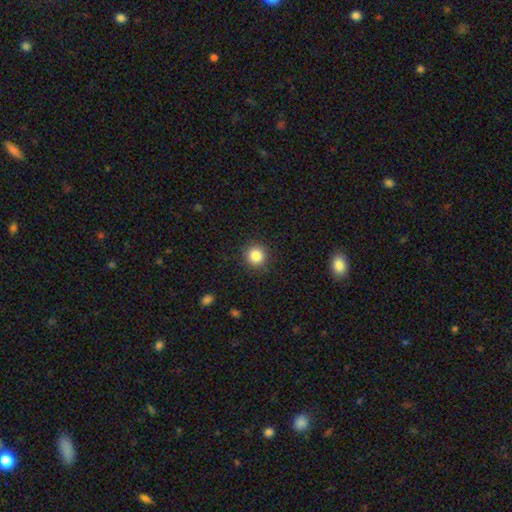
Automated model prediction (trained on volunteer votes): A smooth galaxy with no disk features (85%) that is round (94%). Merging: none (91%).